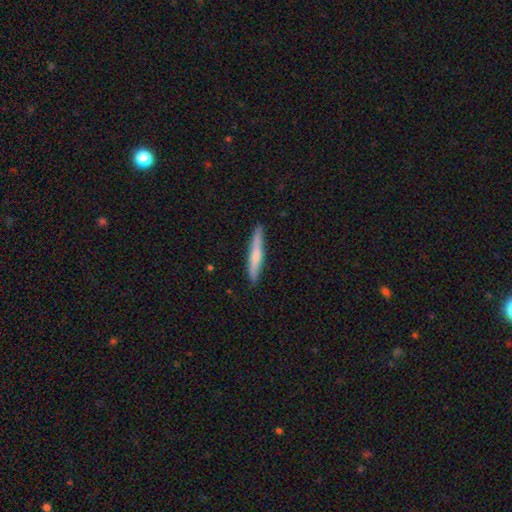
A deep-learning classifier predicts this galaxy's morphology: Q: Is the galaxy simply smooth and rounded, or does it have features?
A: smooth — 61%.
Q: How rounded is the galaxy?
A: cigar-shaped — 94%.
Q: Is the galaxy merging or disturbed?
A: none — 87%.